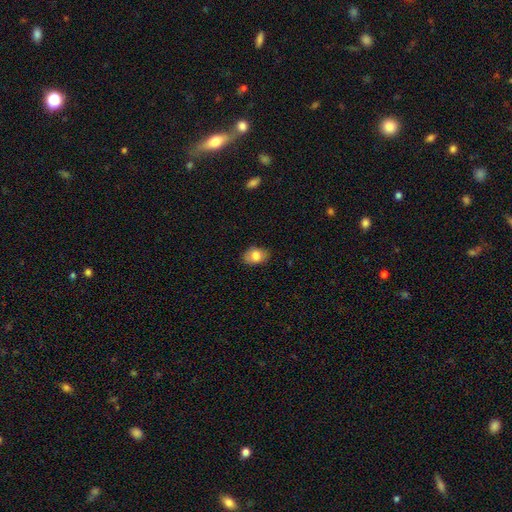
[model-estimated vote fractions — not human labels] A smooth galaxy with no disk features (78%) that is in between round and cigar-shaped (76%). Merging: none (81%).